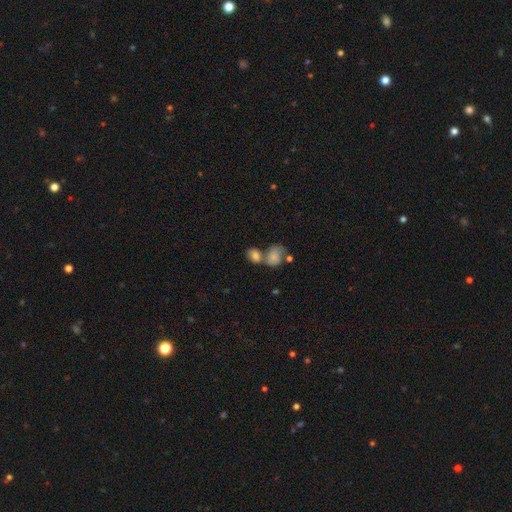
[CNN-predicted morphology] smooth_or_featured: smooth (p=0.76) [alt: featured or disk p=0.14]
how_rounded: in between (p=0.62) [alt: round p=0.36]
merging: merger (p=0.59) [alt: none p=0.26]